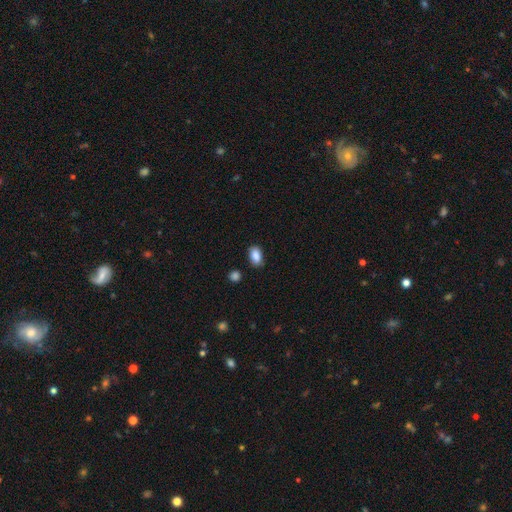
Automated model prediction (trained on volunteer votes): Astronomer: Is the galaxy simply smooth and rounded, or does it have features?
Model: smooth — 88%.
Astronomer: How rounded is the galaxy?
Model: in between — 89%.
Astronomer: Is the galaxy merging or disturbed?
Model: none — 82%.